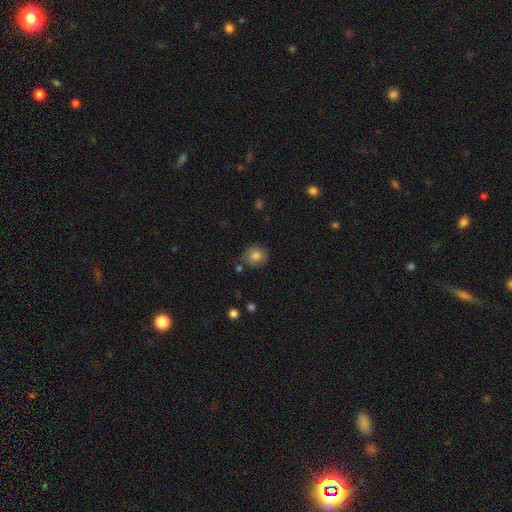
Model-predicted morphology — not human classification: Q: Smooth or featured?
A: smooth (80%); runner-up: featured or disk (11%)
Q: How rounded?
A: round (75%); runner-up: in between (24%)
Q: Merging?
A: none (79%); runner-up: minor disturbance (15%)